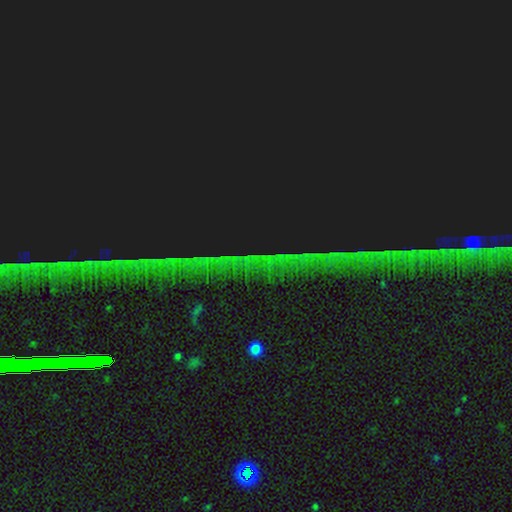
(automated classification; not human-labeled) This is clearly a star or artifact rather than a galaxy (86%).